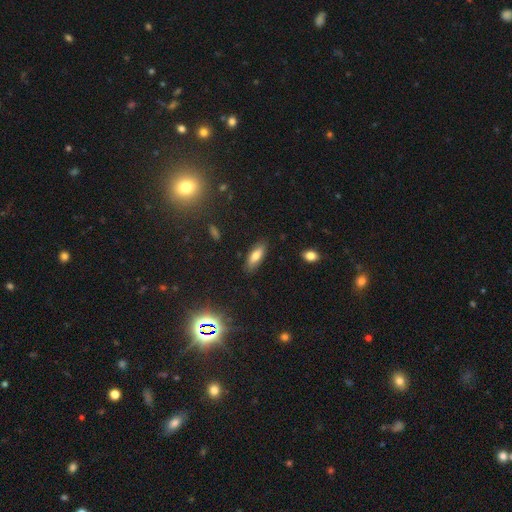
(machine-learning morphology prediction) Smooth or featured?
  - smooth: 74% *
  - featured or disk: 17%
  - star or artifact: 9%
How rounded?
  - in between: 70% *
  - cigar-shaped: 28%
  - round: 2%
Merging?
  - none: 84% *
  - minor disturbance: 12%
  - major disturbance: 2%
  - merger: 2%